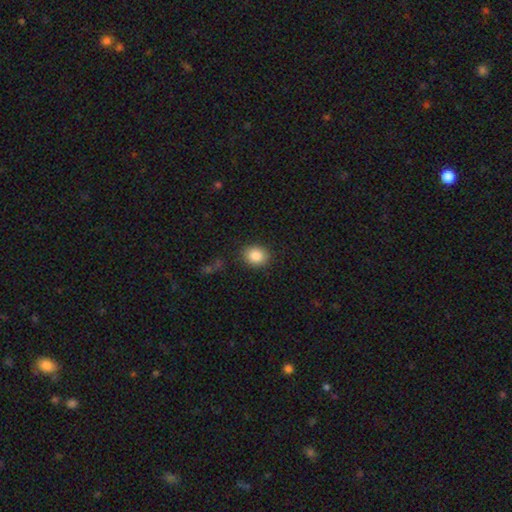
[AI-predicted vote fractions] Smooth or featured: smooth — 86% (star or artifact — 9%)
How rounded: round — 60% (in between — 39%)
Merging: none — 87% (minor disturbance — 9%)